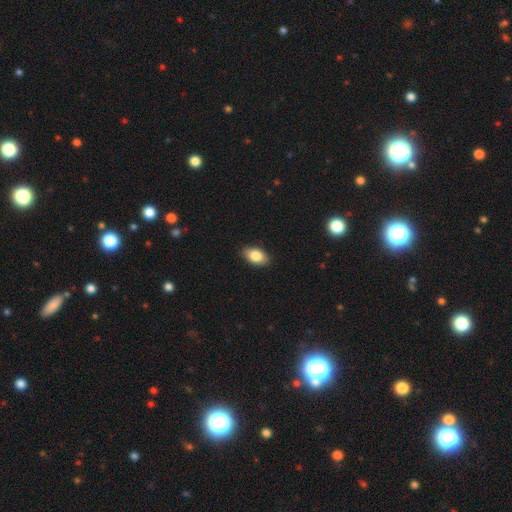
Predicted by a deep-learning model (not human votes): Morphology: type=smooth (84%); roundness=in between (91%); merging=none (88%).